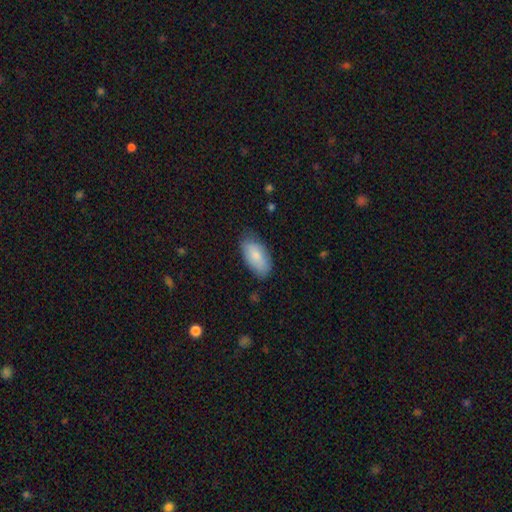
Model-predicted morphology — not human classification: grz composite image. It shows a smooth galaxy with no disk features (82%) that is in between round and cigar-shaped (94%). Merging: none (73%).